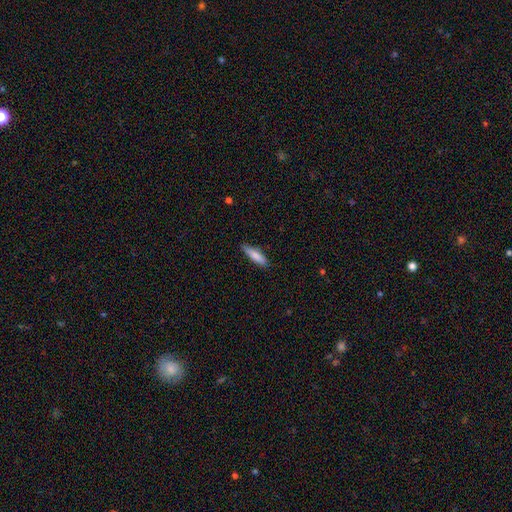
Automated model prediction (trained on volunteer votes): Q: Smooth or featured?
A: smooth (81%); runner-up: featured or disk (13%)
Q: How rounded?
A: cigar-shaped (76%); runner-up: in between (23%)
Q: Merging?
A: none (84%); runner-up: minor disturbance (13%)